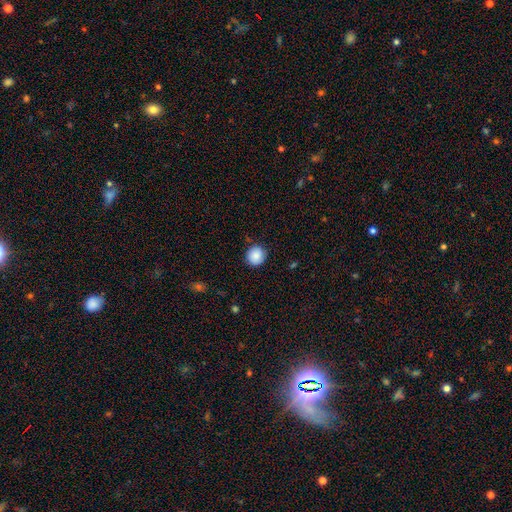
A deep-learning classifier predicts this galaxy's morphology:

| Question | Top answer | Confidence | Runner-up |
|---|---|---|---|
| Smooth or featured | smooth | 87% | star or artifact (8%) |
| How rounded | round | 92% | in between (7%) |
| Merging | none | 87% | minor disturbance (9%) |